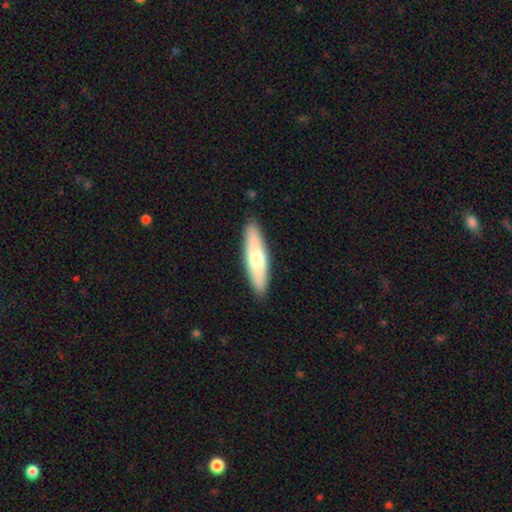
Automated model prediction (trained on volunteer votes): A smooth galaxy with no disk features (61%) that is cigar-shaped (73%). Merging: none (90%).